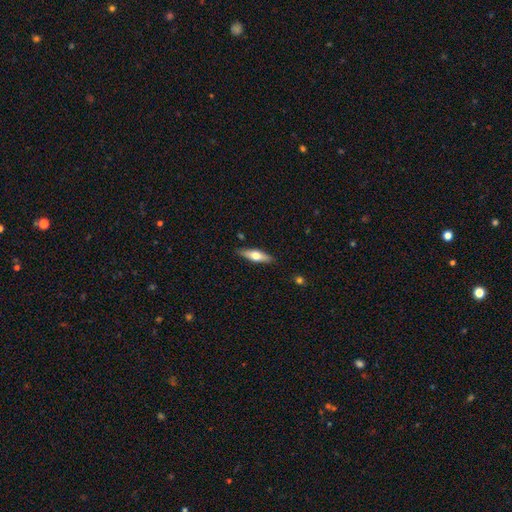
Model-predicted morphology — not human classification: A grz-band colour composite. It shows a smooth galaxy with no disk features (51%) that is cigar-shaped (59%). Merging: none (87%).